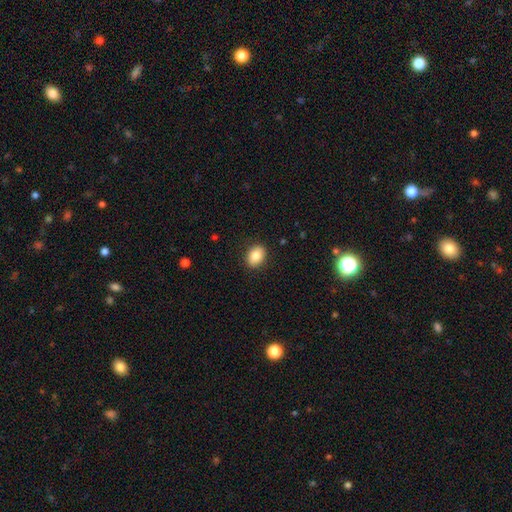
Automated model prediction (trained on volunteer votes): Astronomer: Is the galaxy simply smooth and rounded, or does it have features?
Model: smooth — 84%.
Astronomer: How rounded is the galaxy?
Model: in between — 67%.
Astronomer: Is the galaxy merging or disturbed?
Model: none — 89%.